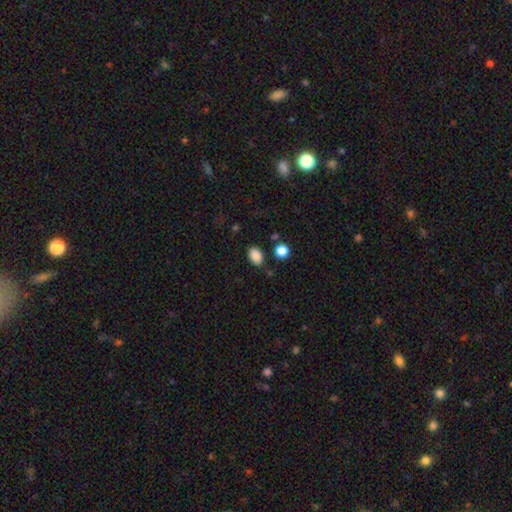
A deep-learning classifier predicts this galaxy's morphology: smooth 87%, star or artifact 10%, featured or disk 4%. Down the decision tree: how rounded — in between (78%); merging — none (79%).